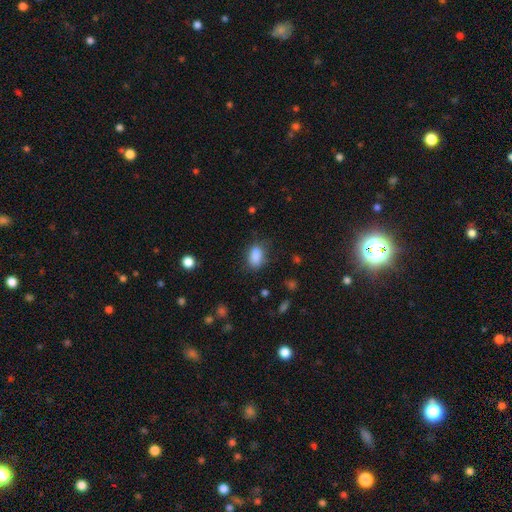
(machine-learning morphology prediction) smooth_or_featured: smooth (p=0.85) [alt: star or artifact p=0.09]
how_rounded: in between (p=0.87) [alt: round p=0.11]
merging: none (p=0.67) [alt: minor disturbance p=0.21]